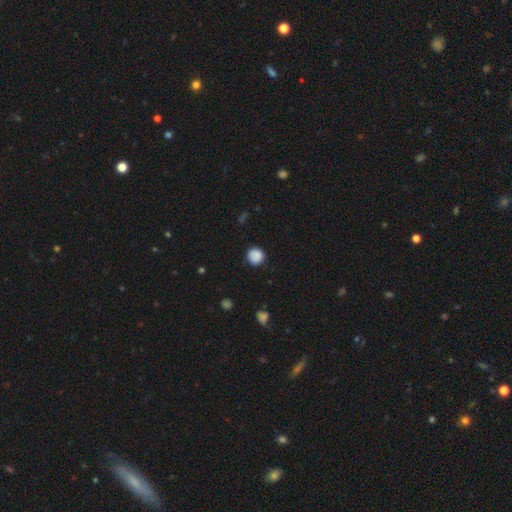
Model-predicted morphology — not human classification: The model was most divided on "merging": none: 88%, minor disturbance: 9%, major disturbance: 2%, merger: 1%. More confident: how rounded — round (92%); smooth or featured — smooth (88%).